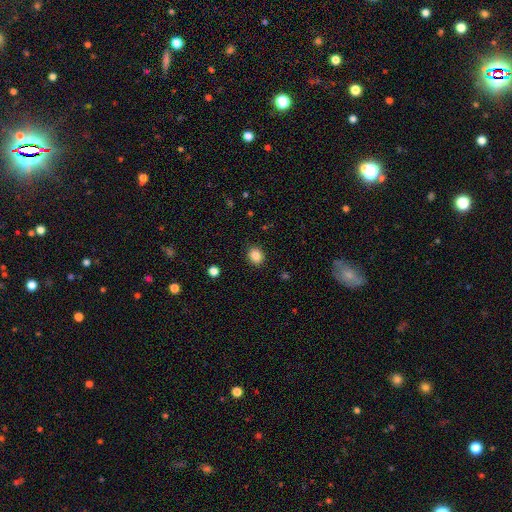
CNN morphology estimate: Q: Smooth or featured?
A: smooth (85%); runner-up: star or artifact (10%)
Q: How rounded?
A: round (71%); runner-up: in between (28%)
Q: Merging?
A: none (90%); runner-up: minor disturbance (6%)